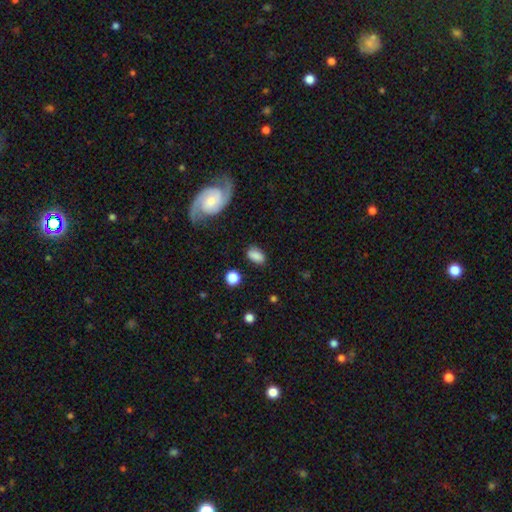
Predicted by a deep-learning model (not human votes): This appears to be a smooth galaxy with no disk features (82%) that is in between round and cigar-shaped (88%). Merging: none (78%).